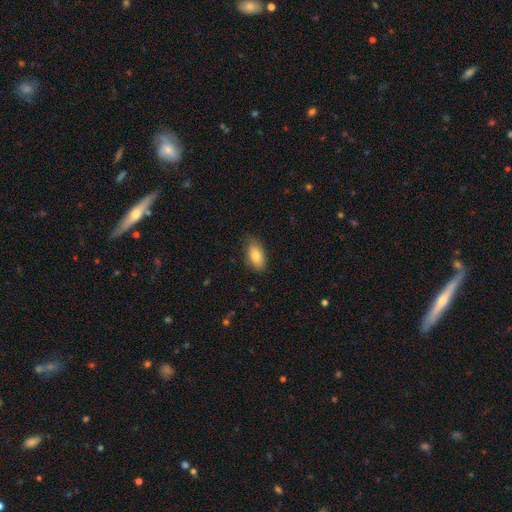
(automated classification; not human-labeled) smooth 79%, featured or disk 14%, star or artifact 7%. Down the decision tree: how rounded — in between (89%); merging — none (79%).